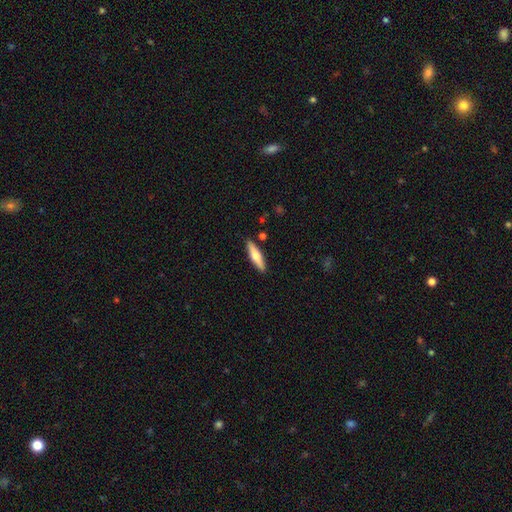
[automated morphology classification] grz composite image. It shows a smooth galaxy with no disk features (57%) that is cigar-shaped (75%). Merging: none (88%).